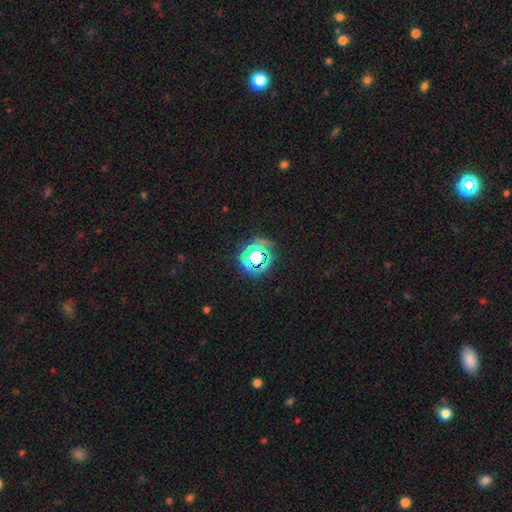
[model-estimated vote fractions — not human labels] smooth-or-featured: star or artifact: 61% | smooth: 26% | featured or disk: 13%